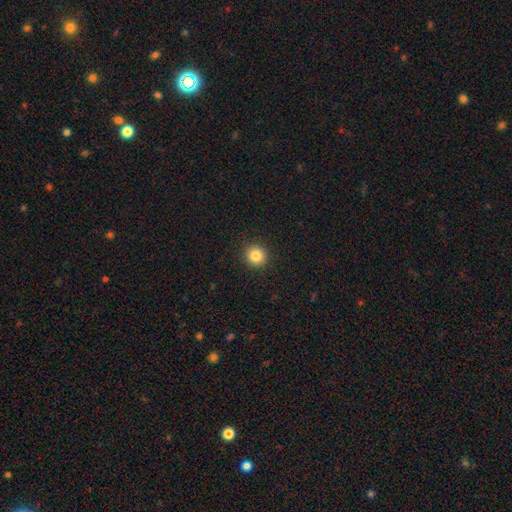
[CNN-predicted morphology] A smooth galaxy with no disk features (85%) that is round (92%).

Vote fractions:
- Smooth or featured? smooth: 85% / star or artifact: 11% / featured or disk: 5%
- How rounded? round: 92% / in between: 7% / cigar-shaped: 1%
- Merging? none: 92% / minor disturbance: 5% / major disturbance: 2% / merger: 1%